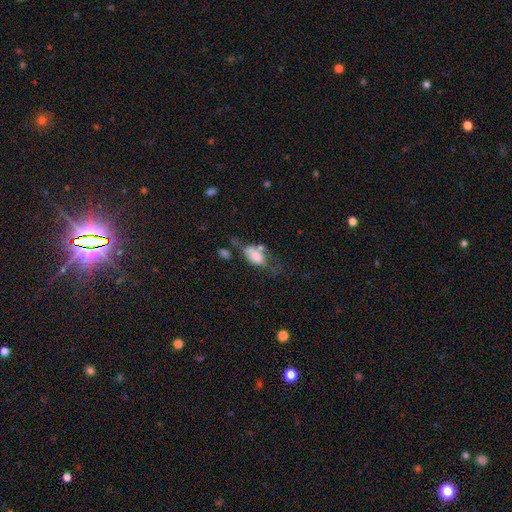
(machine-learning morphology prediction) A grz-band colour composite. It shows a smooth galaxy with no disk features (72%) that is in between round and cigar-shaped (89%). Merging: none (27%, tied with major disturbance).